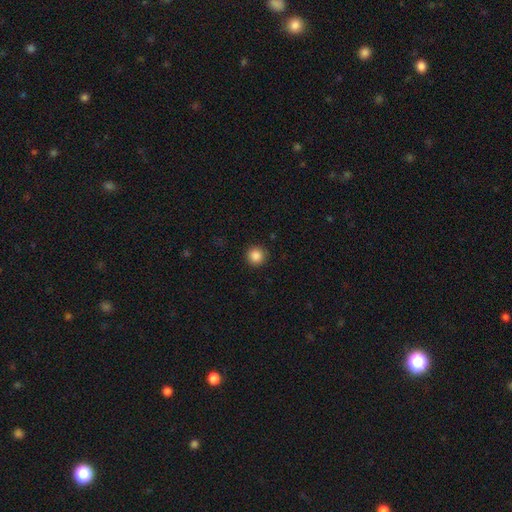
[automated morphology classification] Smooth or featured? Predicted: smooth (p=0.87). How rounded? Predicted: round (p=0.95). Merging? Predicted: none (p=0.91).